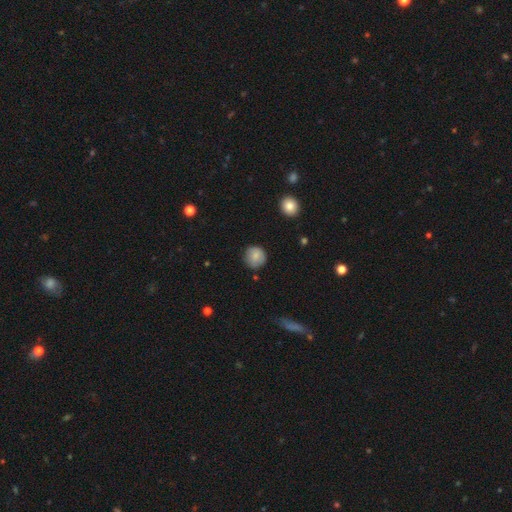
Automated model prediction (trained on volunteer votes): Morphology: type=smooth (80%); roundness=round (92%); merging=none (81%).